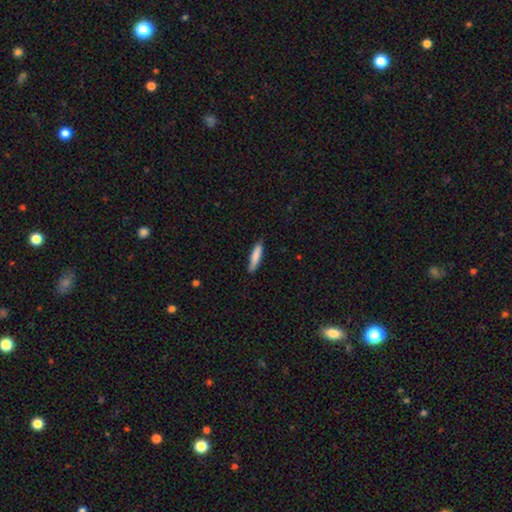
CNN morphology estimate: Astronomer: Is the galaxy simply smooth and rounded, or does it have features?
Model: smooth — 83%.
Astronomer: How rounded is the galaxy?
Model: cigar-shaped — 83%.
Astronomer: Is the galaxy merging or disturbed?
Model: none — 84%.